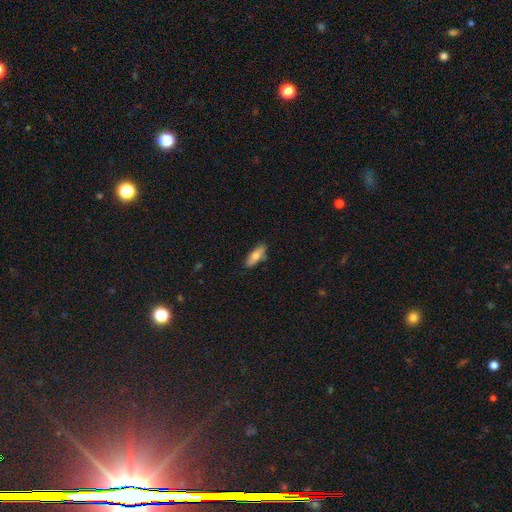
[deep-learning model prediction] Smooth or featured?
  - smooth: 71% *
  - featured or disk: 22%
  - star or artifact: 6%
How rounded?
  - in between: 61% *
  - cigar-shaped: 36%
  - round: 2%
Merging?
  - none: 81% *
  - minor disturbance: 14%
  - merger: 2%
  - major disturbance: 2%